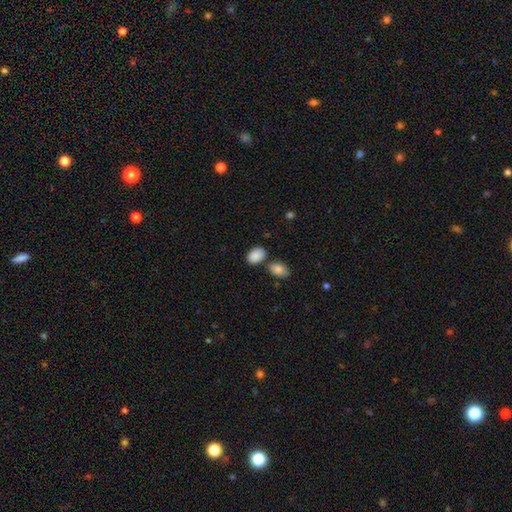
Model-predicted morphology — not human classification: Overall: smooth (88%). How rounded: in between (84%). Merging: none (66%).